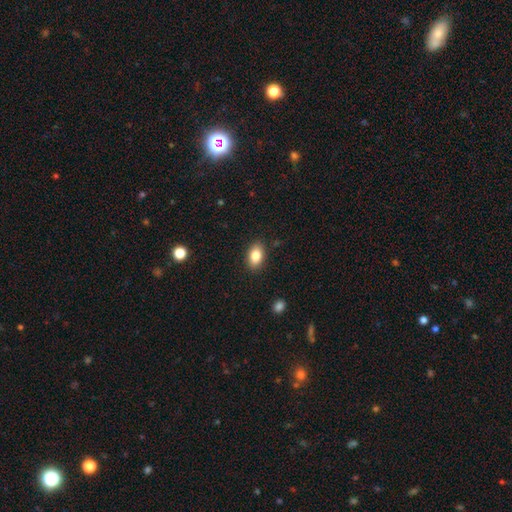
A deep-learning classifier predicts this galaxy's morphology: A smooth galaxy with no disk features (83%) that is in between round and cigar-shaped (88%).

Vote fractions:
- Smooth or featured? smooth: 83% / featured or disk: 9% / star or artifact: 8%
- How rounded? in between: 88% / round: 11% / cigar-shaped: 2%
- Merging? none: 88% / minor disturbance: 9% / major disturbance: 2% / merger: 1%